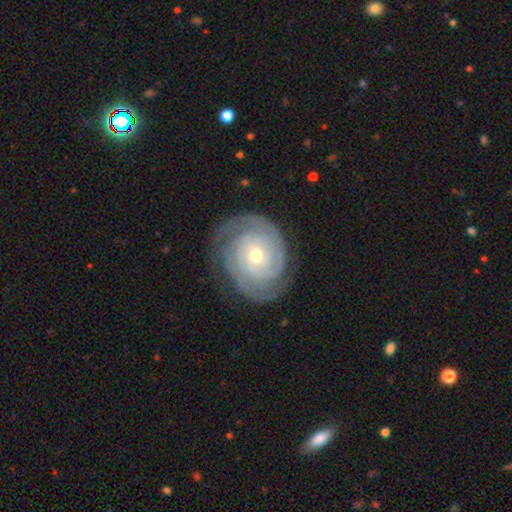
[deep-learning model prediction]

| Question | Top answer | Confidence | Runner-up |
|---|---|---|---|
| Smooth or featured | featured or disk | 88% | smooth (7%) |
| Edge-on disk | no | 98% | yes (2%) |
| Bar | no | 77% | weak (18%) |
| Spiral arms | yes | 97% | no (3%) |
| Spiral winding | tight | 83% | medium (14%) |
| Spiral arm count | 2 | 26% | 3 (25%) |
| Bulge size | small | 51% | moderate (46%) |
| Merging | none | 81% | minor disturbance (13%) |